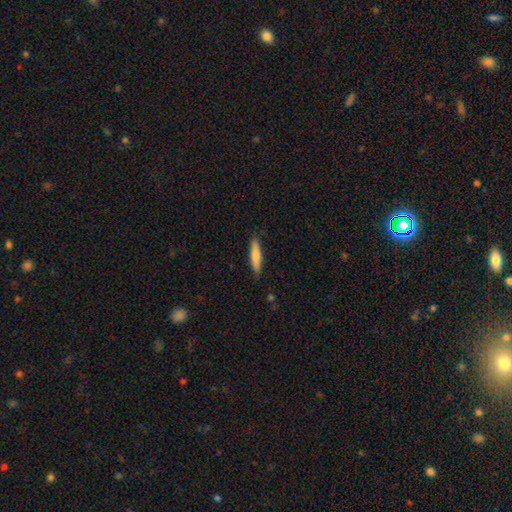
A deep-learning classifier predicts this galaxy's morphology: This is likely a smooth galaxy (75%). How rounded: clearly cigar-shaped (85%). Merging: clearly none (88%).